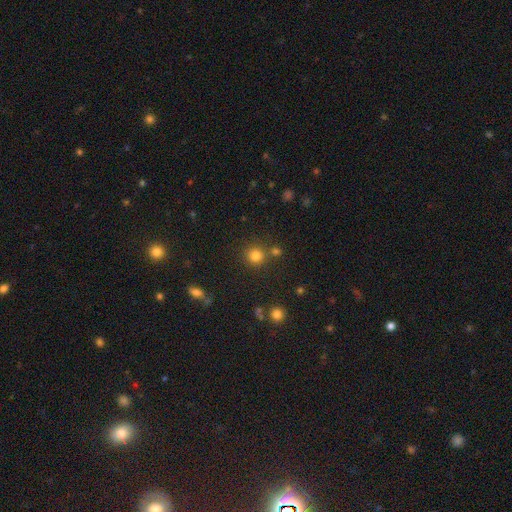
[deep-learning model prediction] Smooth or featured? Predicted: smooth (p=0.80). How rounded? Predicted: round (p=0.92). Merging? Predicted: none (p=0.78).